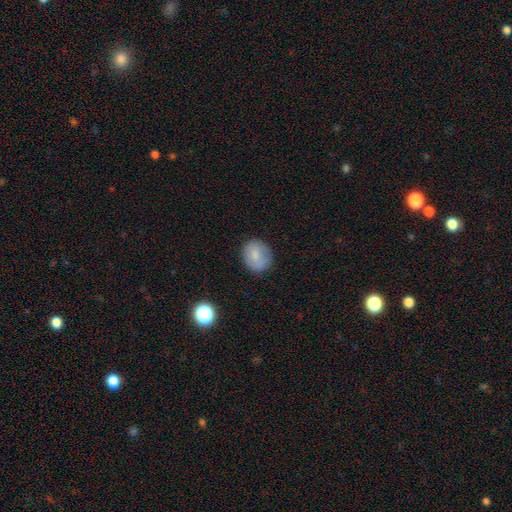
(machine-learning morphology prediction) A smooth galaxy with no disk features (76%) that is round (67%). Merging: none (81%).